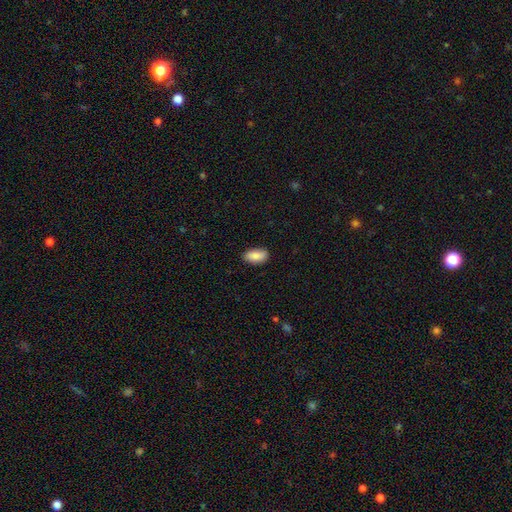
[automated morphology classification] Smooth or featured: smooth — 86% (featured or disk — 8%)
How rounded: in between — 92% (cigar-shaped — 4%)
Merging: none — 87% (minor disturbance — 10%)